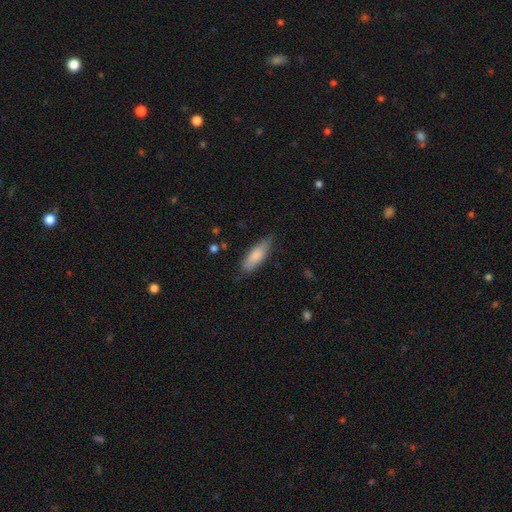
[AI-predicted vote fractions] A smooth galaxy with no disk features (81%) that is in between round and cigar-shaped (58%). Merging: none (76%).